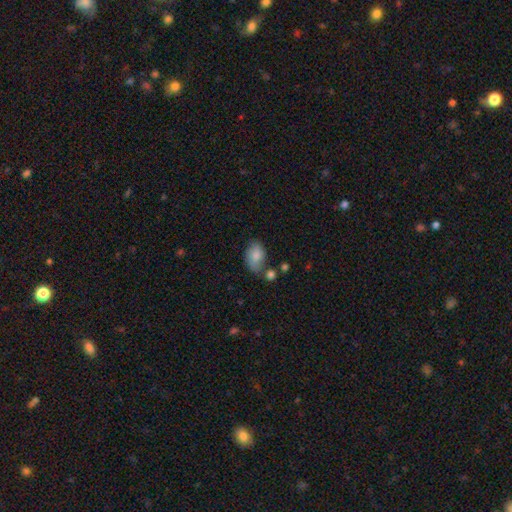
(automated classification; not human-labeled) Morphology: type=smooth (81%); roundness=in between (89%); merging=none (61%).